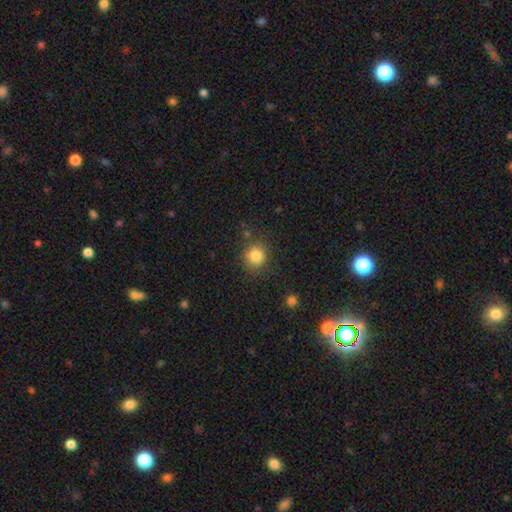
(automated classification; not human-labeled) Q: Smooth or featured?
A: smooth (84%); runner-up: star or artifact (11%)
Q: How rounded?
A: round (85%); runner-up: in between (14%)
Q: Merging?
A: none (82%); runner-up: minor disturbance (11%)